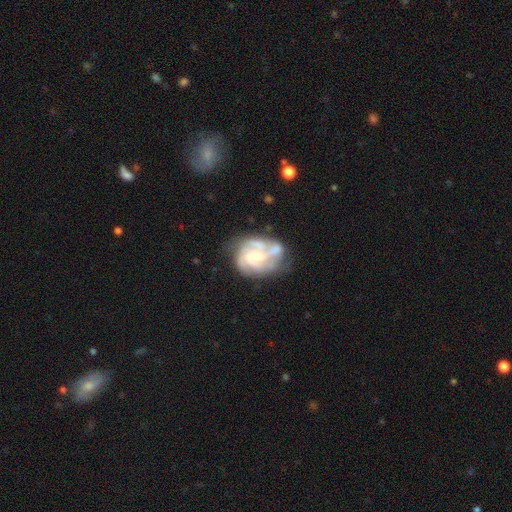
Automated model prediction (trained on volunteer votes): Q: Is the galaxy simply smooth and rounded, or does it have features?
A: featured or disk — 78%.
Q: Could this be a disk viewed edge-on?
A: no — 98%.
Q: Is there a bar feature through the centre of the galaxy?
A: no — 63%.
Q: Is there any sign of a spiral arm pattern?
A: yes — 90%.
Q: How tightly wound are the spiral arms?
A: tight — 46%.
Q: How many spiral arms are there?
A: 3 — 37%.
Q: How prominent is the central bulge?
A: small — 37%.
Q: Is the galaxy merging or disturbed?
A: none — 54%.